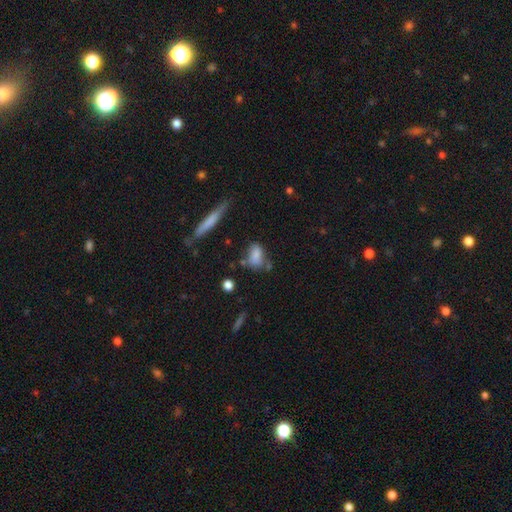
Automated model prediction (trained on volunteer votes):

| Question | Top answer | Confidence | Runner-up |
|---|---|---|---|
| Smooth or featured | smooth | 79% | featured or disk (12%) |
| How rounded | in between | 81% | round (11%) |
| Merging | none | 56% | minor disturbance (23%) |